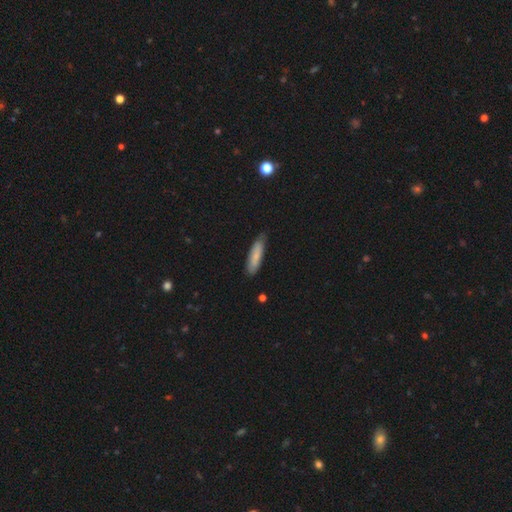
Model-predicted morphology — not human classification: Overall: smooth (77%). How rounded: cigar-shaped (68%; in between 30%). Merging: none (75%).